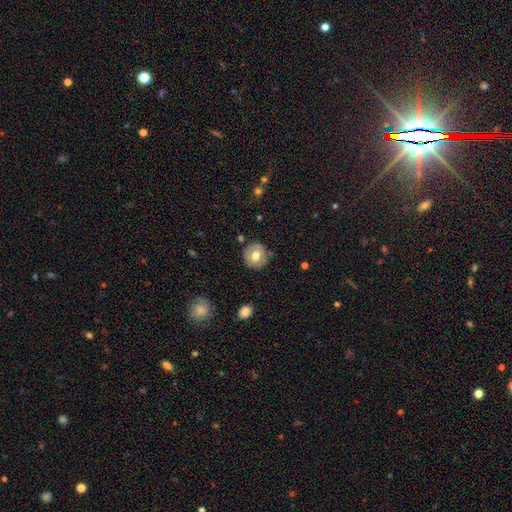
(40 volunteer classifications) Smooth or featured: smooth — 62% (featured or disk — 28%)
How rounded: round — 88% (in between — 12%)
Merging: none — 72% (minor disturbance — 22%)